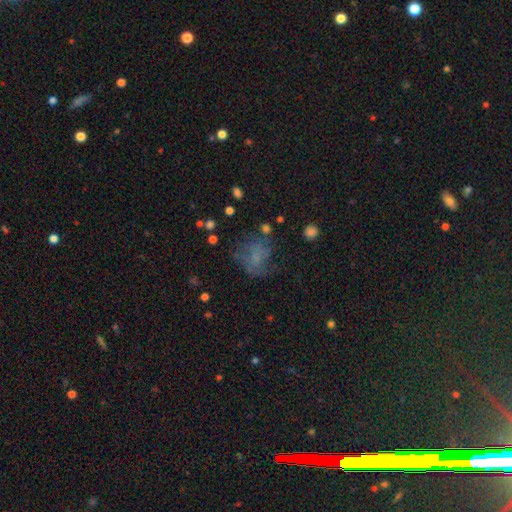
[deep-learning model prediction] Smooth or featured?
  - smooth: 47% *
  - featured or disk: 33%
  - star or artifact: 20%
Merging?
  - none: 44% *
  - major disturbance: 30%
  - minor disturbance: 22%
  - merger: 4%